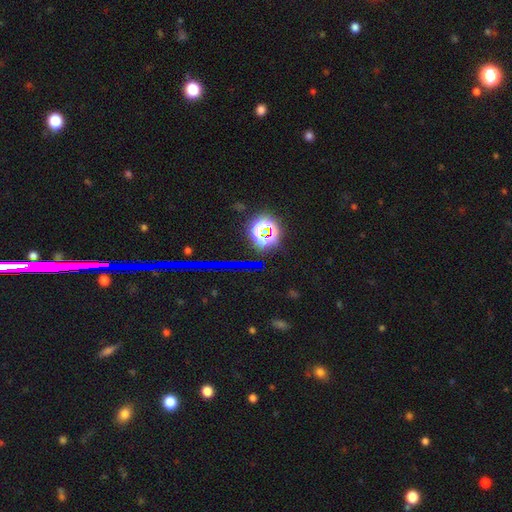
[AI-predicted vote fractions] This is likely a star or artifact rather than a galaxy (80%).